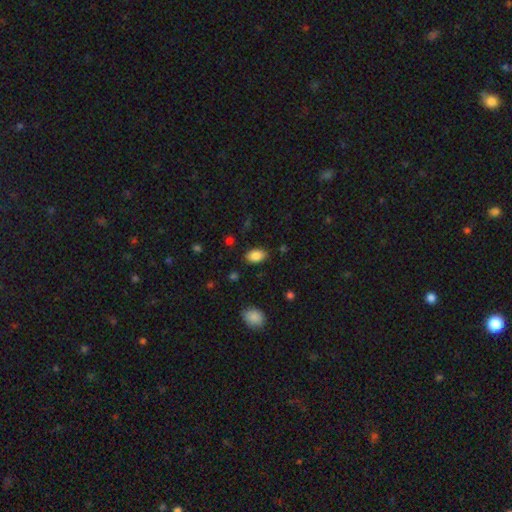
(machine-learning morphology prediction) Overall: smooth (87%). How rounded: in between (89%). Merging: none (83%).